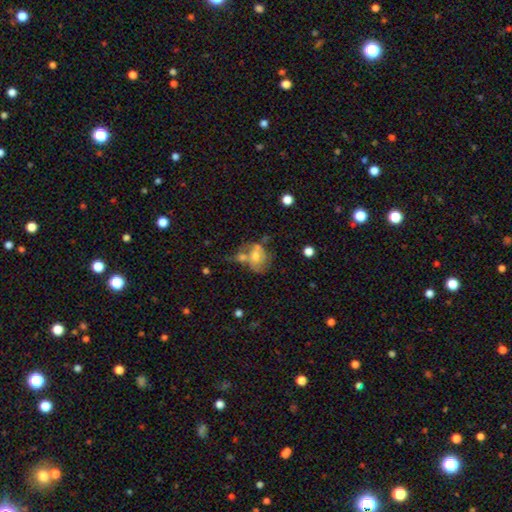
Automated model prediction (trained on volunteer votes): Smooth or featured?
  - smooth: 54% *
  - featured or disk: 37%
  - star or artifact: 9%
How rounded?
  - in between: 57% *
  - round: 42%
  - cigar-shaped: 1%
Merging?
  - merger: 45% *
  - none: 23%
  - minor disturbance: 16%
  - major disturbance: 15%